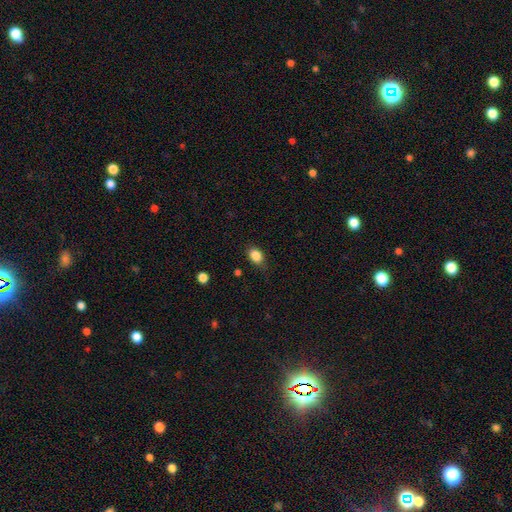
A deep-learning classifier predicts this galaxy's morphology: A smooth galaxy with no disk features (86%) that is in between round and cigar-shaped (75%). Merging: none (75%).